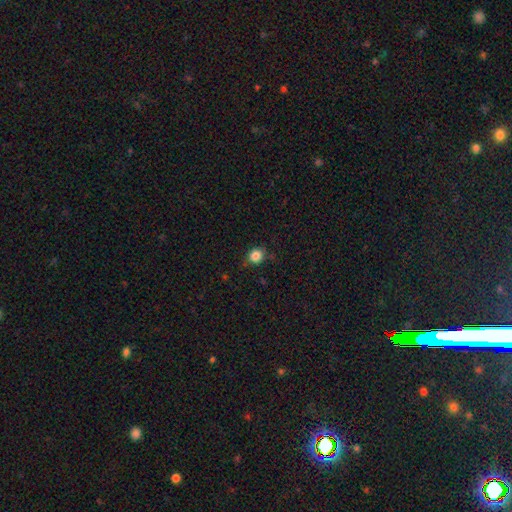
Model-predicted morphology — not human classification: Smooth or featured? smooth (84%)
How rounded? round (82%)
Merging? none (80%)